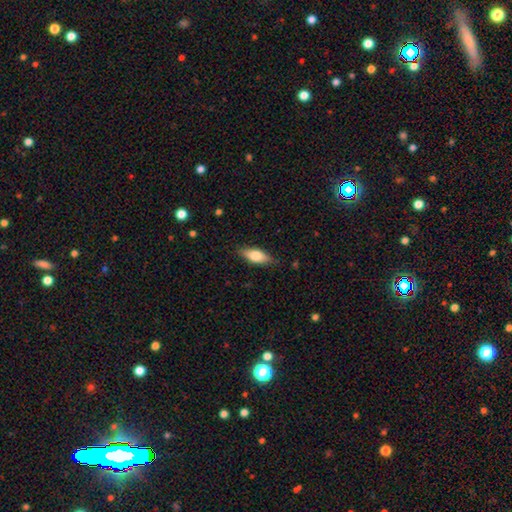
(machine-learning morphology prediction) Smooth or featured: smooth — 71% (featured or disk — 23%)
How rounded: in between — 72% (cigar-shaped — 25%)
Merging: none — 83% (minor disturbance — 13%)